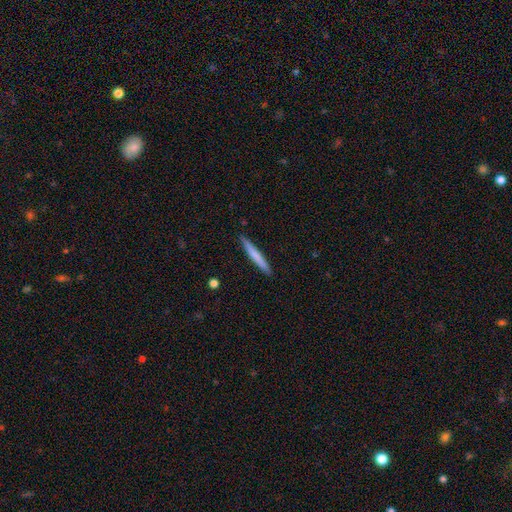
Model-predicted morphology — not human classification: Smooth or featured: smooth — 67% (featured or disk — 28%)
How rounded: cigar-shaped — 96% (in between — 2%)
Merging: none — 91% (minor disturbance — 6%)